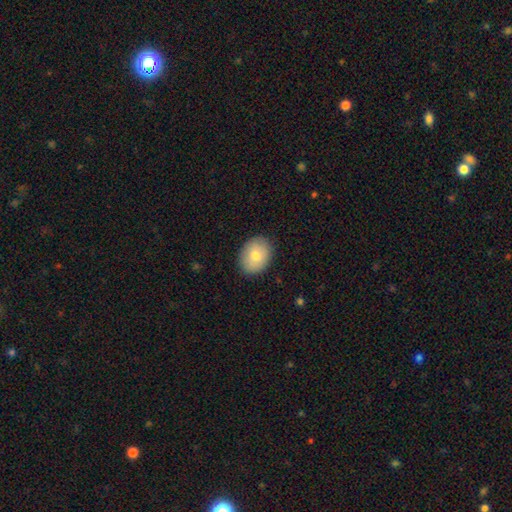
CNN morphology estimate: This is likely a smooth galaxy (77%). How rounded: possibly in between (58%). Merging: clearly none (88%).